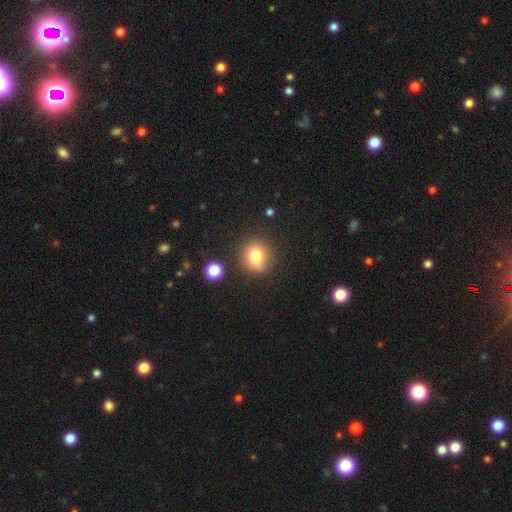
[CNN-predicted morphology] smooth_or_featured: smooth (p=0.79) [alt: star or artifact p=0.12]
how_rounded: round (p=0.86) [alt: in between p=0.13]
merging: none (p=0.77) [alt: minor disturbance p=0.14]